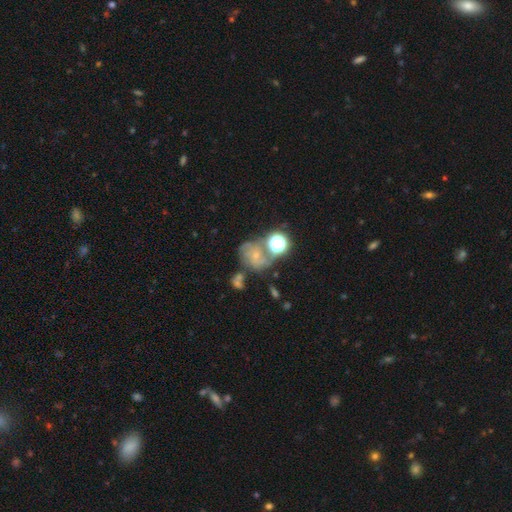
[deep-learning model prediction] A featured or disk galaxy (51%).

Vote fractions:
- Smooth or featured? featured or disk: 51% / smooth: 30% / star or artifact: 19%
- Edge-on disk? no: 97% / yes: 3%
- Merging? none: 43% / merger: 26% / minor disturbance: 18% / major disturbance: 14%